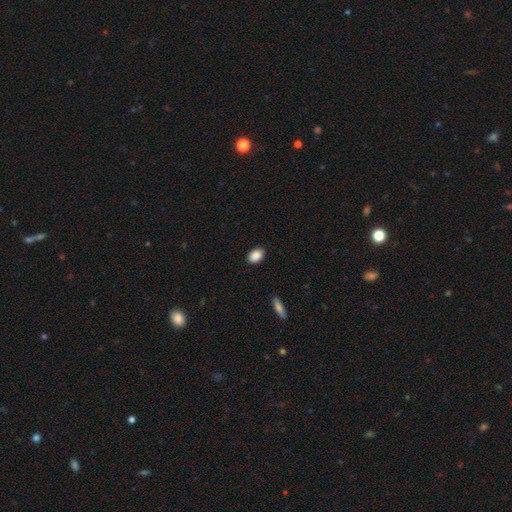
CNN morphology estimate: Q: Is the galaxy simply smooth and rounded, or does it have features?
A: smooth — 89%.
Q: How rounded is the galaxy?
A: in between — 82%.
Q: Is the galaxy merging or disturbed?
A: none — 88%.